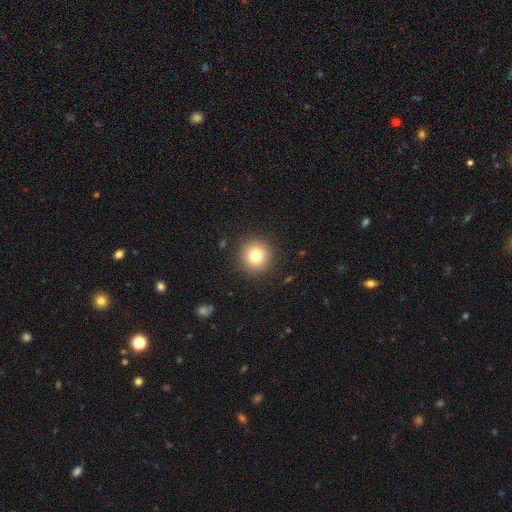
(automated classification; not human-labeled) This is likely a smooth galaxy (79%). How rounded: clearly round (95%). Merging: clearly none (91%).